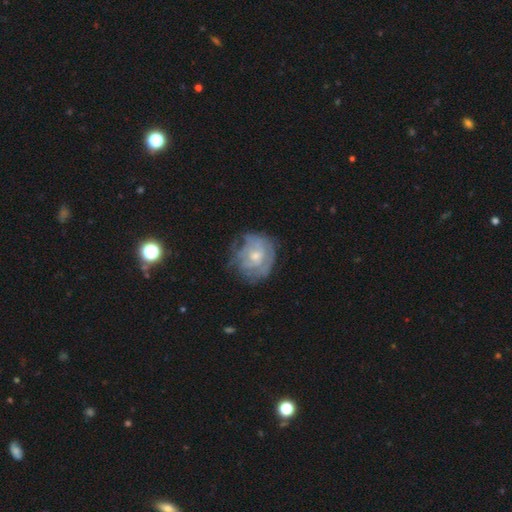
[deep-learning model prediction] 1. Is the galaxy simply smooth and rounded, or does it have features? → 61% featured or disk, 31% smooth, 7% star or artifact.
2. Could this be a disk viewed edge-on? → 97% no, 3% yes.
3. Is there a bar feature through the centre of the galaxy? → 73% no, 24% weak, 3% strong.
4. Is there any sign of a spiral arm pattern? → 54% yes, 46% no.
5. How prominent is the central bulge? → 52% moderate, 41% small, 3% large, 3% none, 1% dominant.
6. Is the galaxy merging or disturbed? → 59% none, 25% minor disturbance, 14% major disturbance, 2% merger.